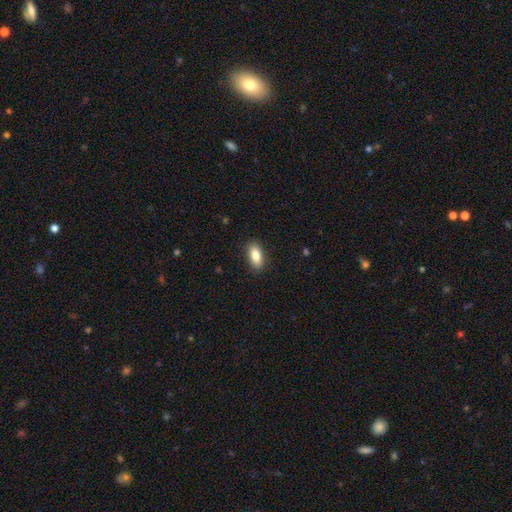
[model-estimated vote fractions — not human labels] This appears to be a smooth galaxy with no disk features (85%) that is in between round and cigar-shaped (89%). Merging: none (89%).